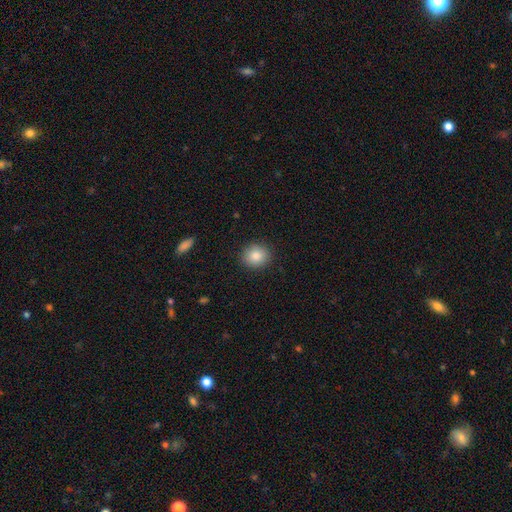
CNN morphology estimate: Q: Smooth or featured?
A: smooth (85%); runner-up: star or artifact (9%)
Q: How rounded?
A: round (84%); runner-up: in between (15%)
Q: Merging?
A: none (90%); runner-up: minor disturbance (7%)